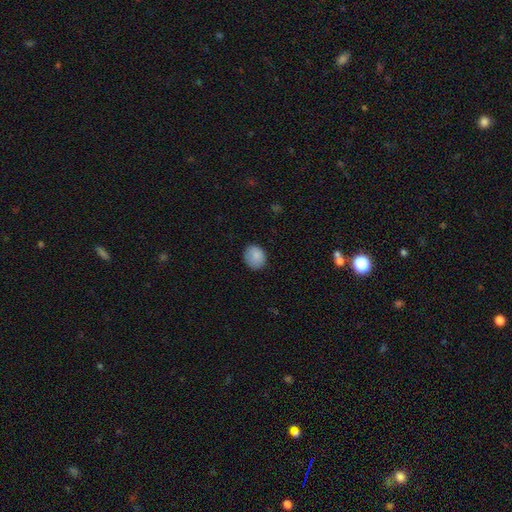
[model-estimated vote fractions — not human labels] Overall: smooth (87%). How rounded: round (67%; in between 32%). Merging: none (83%).